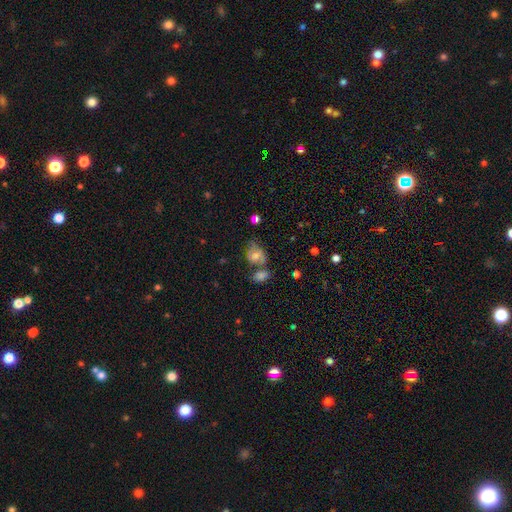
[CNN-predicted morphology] Smooth or featured? smooth (57%)
How rounded? in between (60%)
Merging? none (41%)